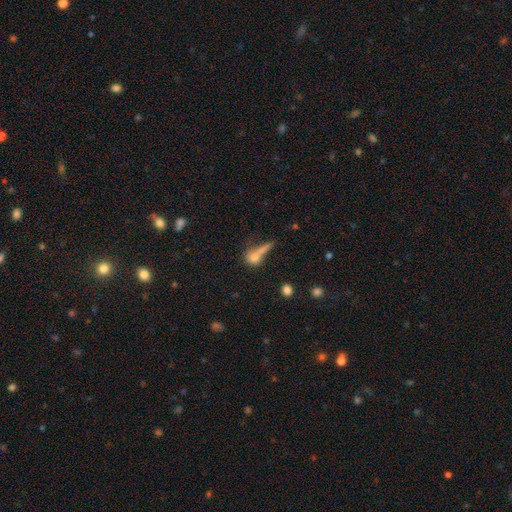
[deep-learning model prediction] Smooth or featured? smooth (67%)
How rounded? round (51%)
Merging? none (35%)